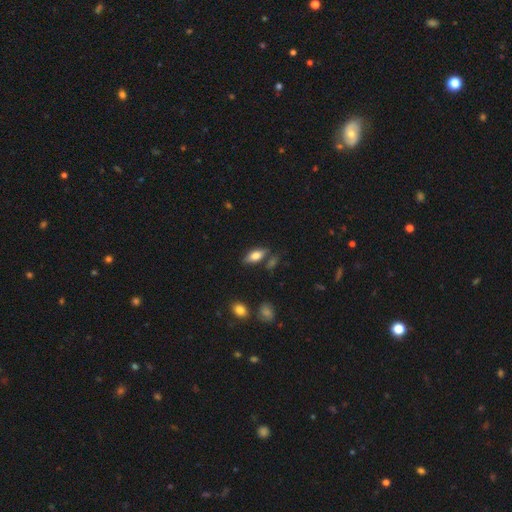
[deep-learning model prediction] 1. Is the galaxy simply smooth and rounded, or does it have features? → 72% smooth, 21% featured or disk, 7% star or artifact.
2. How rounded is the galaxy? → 82% in between, 15% cigar-shaped, 3% round.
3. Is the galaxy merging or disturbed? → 75% none, 15% minor disturbance, 6% merger, 4% major disturbance.